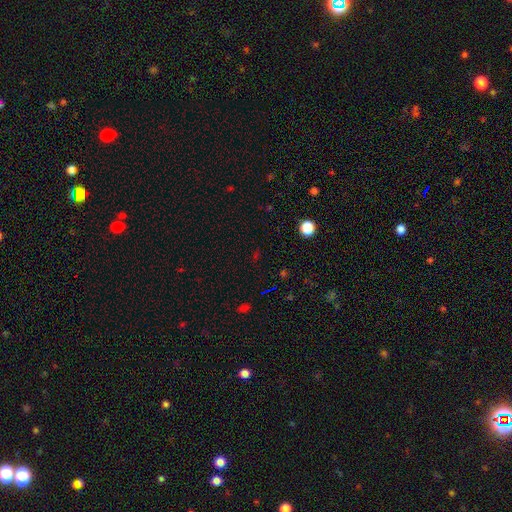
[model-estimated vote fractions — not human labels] This is likely a star or artifact rather than a galaxy (64%).